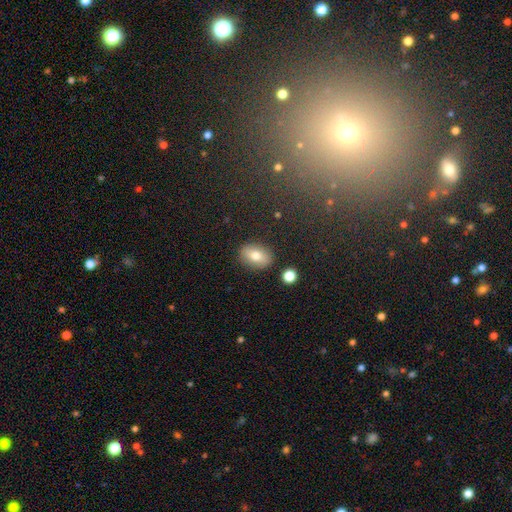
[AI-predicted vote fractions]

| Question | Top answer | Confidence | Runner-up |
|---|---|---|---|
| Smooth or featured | smooth | 74% | featured or disk (17%) |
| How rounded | in between | 82% | round (16%) |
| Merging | none | 85% | minor disturbance (10%) |